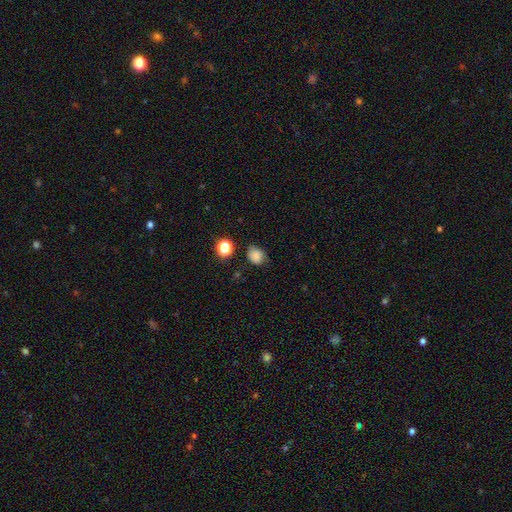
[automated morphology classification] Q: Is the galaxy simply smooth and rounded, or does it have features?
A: smooth — 81%.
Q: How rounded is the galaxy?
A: round — 51%.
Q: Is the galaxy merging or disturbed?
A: none — 68%.